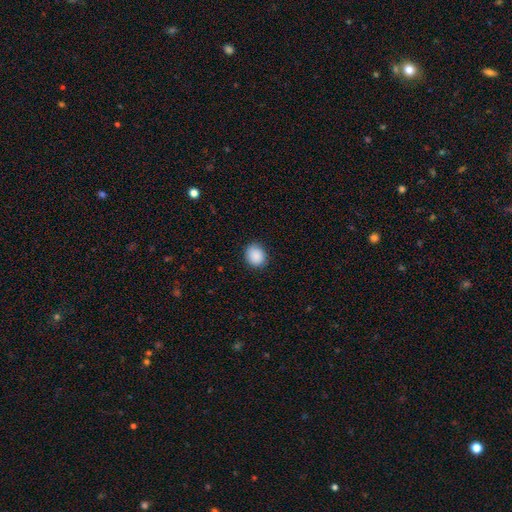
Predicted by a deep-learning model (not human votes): The model was most divided on "how rounded": round: 67%, in between: 32%, cigar-shaped: 1%. More confident: smooth or featured — smooth (89%); merging — none (86%).